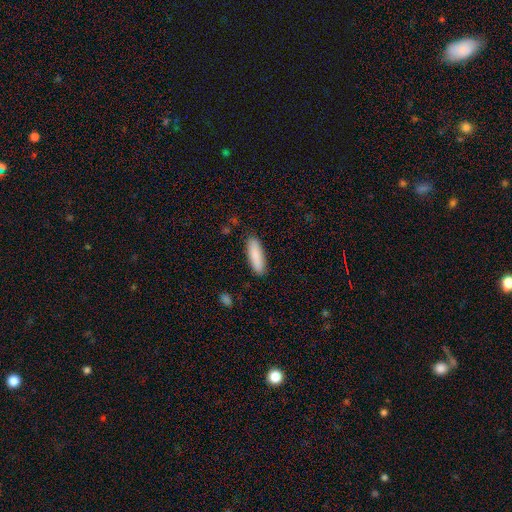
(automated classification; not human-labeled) Smooth or featured: smooth — 88% (featured or disk — 6%)
How rounded: cigar-shaped — 57% (in between — 41%)
Merging: none — 88% (minor disturbance — 8%)